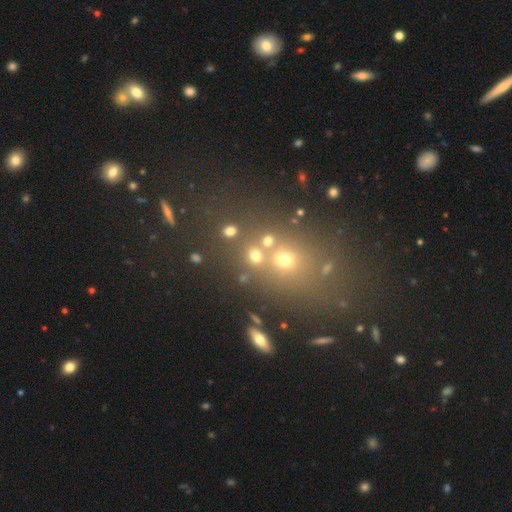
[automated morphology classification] A smooth galaxy with no disk features (66%) that is round (82%).

Vote fractions:
- Smooth or featured? smooth: 66% / star or artifact: 23% / featured or disk: 10%
- How rounded? round: 82% / in between: 17% / cigar-shaped: 1%
- Merging? none: 65% / merger: 21% / minor disturbance: 9% / major disturbance: 5%